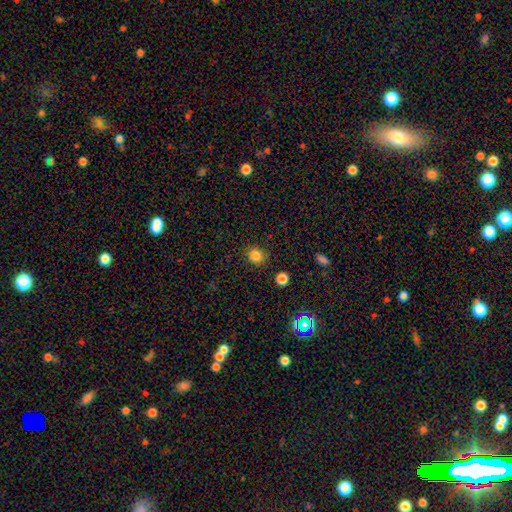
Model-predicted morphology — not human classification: Smooth or featured? Predicted: smooth (p=0.83). How rounded? Predicted: round (p=0.83). Merging? Predicted: none (p=0.87).